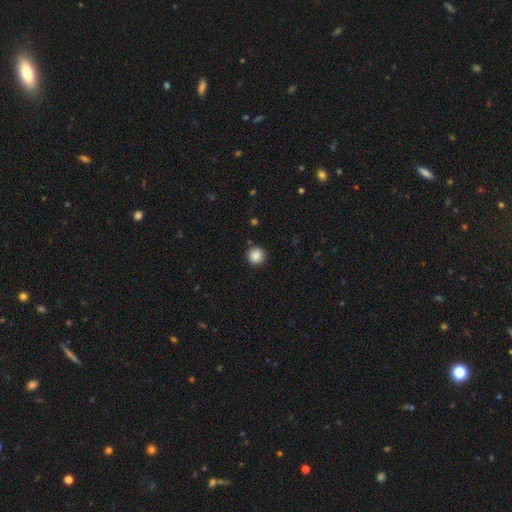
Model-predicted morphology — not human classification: Q: Smooth or featured?
A: smooth (87%); runner-up: star or artifact (9%)
Q: How rounded?
A: round (96%); runner-up: in between (4%)
Q: Merging?
A: none (91%); runner-up: minor disturbance (6%)